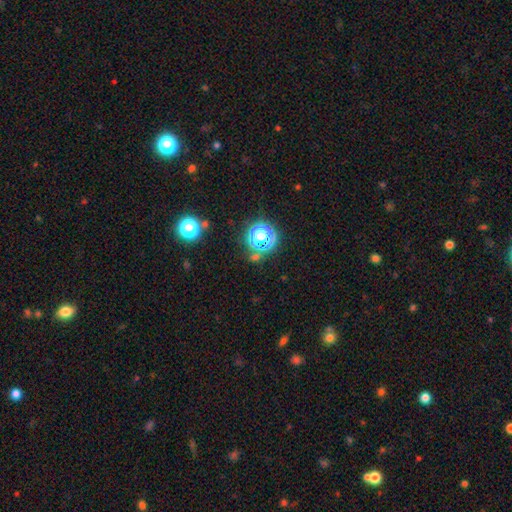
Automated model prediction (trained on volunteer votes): A star or artifact, not a galaxy (62%).

Vote fractions:
- Smooth or featured? star or artifact: 62% / smooth: 30% / featured or disk: 8%